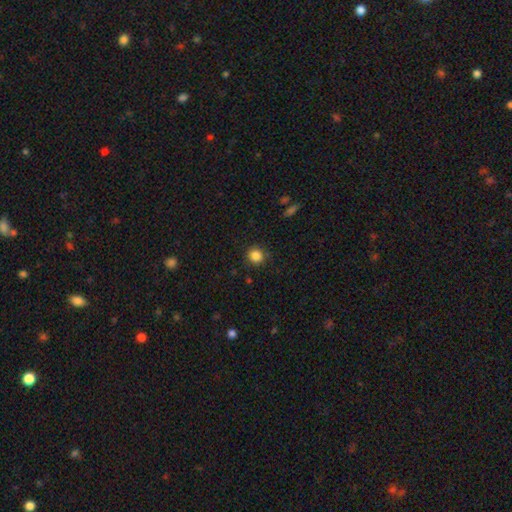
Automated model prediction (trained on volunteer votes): This is clearly a smooth galaxy (85%). How rounded: clearly round (92%). Merging: clearly none (86%).